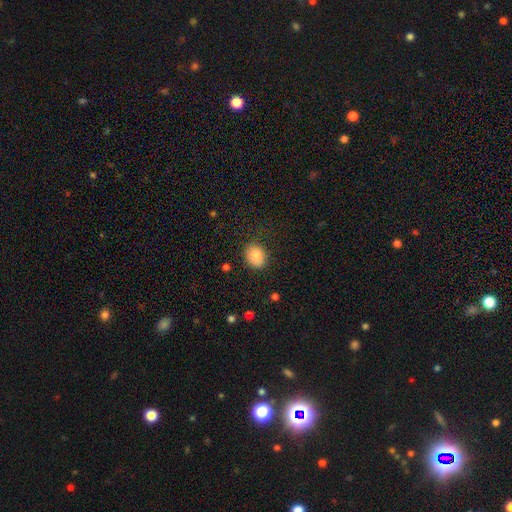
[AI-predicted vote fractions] Overall: smooth (87%). How rounded: in between (57%; round 42%). Merging: none (76%).